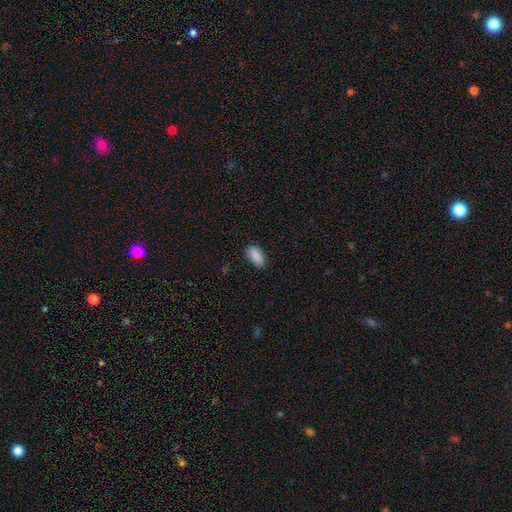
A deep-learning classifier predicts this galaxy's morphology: The model was most divided on "merging": none: 83%, minor disturbance: 13%, major disturbance: 3%, merger: 1%. More confident: how rounded — in between (91%); smooth or featured — smooth (89%).